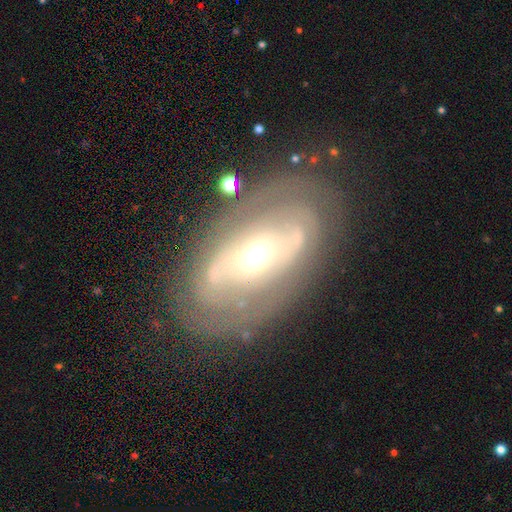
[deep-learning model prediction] A featured or disk galaxy (77%) with no bar (56%), 2 (46%) tight (59%) spiral arms (71%) and a moderate central bulge (56%).

Vote fractions:
- Smooth or featured? featured or disk: 77% / smooth: 16% / star or artifact: 6%
- Edge-on disk? no: 92% / yes: 8%
- Bar? no: 56% / weak: 26% / strong: 17%
- Spiral arms? yes: 71% / no: 29%
- Spiral winding? tight: 59% / medium: 29% / loose: 13%
- Spiral arm count? 2: 46% / can't tell: 37% / 3: 7% / 1: 4% / 4: 3% / more than 4: 3%
- Bulge size? moderate: 56% / small: 35% / large: 6% / dominant: 1% / none: 1%
- Merging? none: 74% / minor disturbance: 16% / major disturbance: 8% / merger: 2%